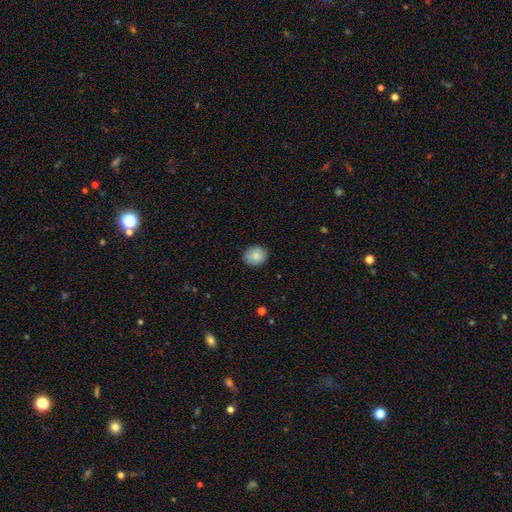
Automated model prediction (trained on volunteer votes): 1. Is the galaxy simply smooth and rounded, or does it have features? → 85% smooth, 8% star or artifact, 8% featured or disk.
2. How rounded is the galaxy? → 67% round, 32% in between, 1% cigar-shaped.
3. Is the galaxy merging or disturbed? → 86% none, 11% minor disturbance, 2% major disturbance, 1% merger.